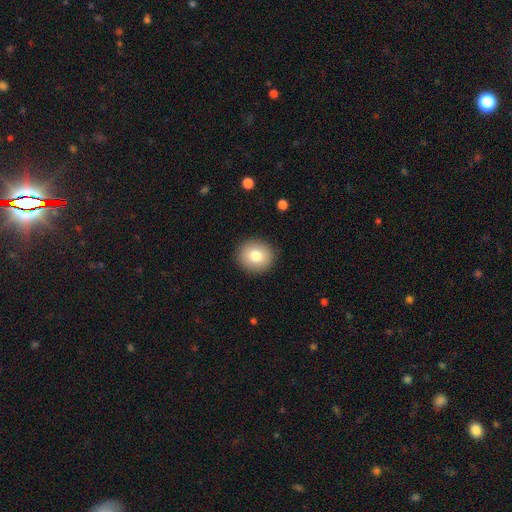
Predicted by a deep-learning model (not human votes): A smooth galaxy with no disk features (79%) that is round (84%).

Vote fractions:
- Smooth or featured? smooth: 79% / featured or disk: 12% / star or artifact: 9%
- How rounded? round: 84% / in between: 15% / cigar-shaped: 1%
- Merging? none: 90% / minor disturbance: 7% / major disturbance: 2% / merger: 1%